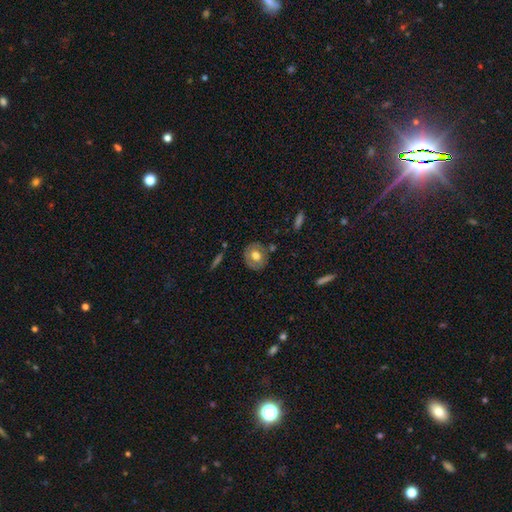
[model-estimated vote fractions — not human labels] This appears to be a smooth galaxy with no disk features (58%) that is round (77%). Merging: none (79%).